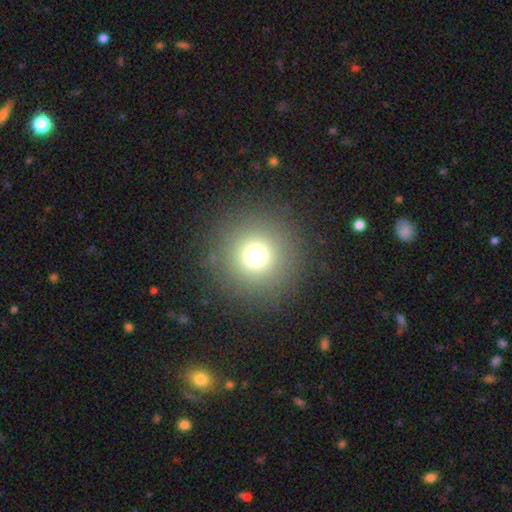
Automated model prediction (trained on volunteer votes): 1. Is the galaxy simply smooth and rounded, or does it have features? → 71% smooth, 19% star or artifact, 9% featured or disk.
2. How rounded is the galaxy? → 96% round, 3% in between, 1% cigar-shaped.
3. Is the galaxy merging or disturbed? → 89% none, 6% minor disturbance, 4% major disturbance, 1% merger.